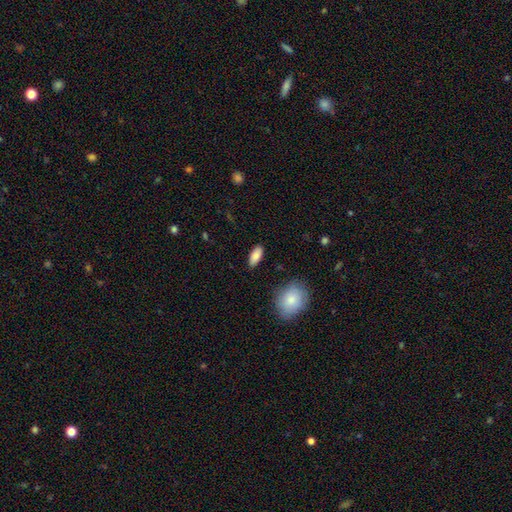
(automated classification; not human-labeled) Overall: smooth (85%). How rounded: in between (87%). Merging: none (87%).